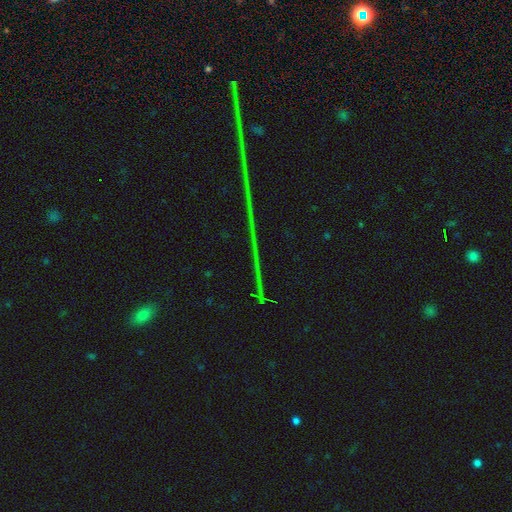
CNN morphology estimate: A star or artifact, not a galaxy (83%).